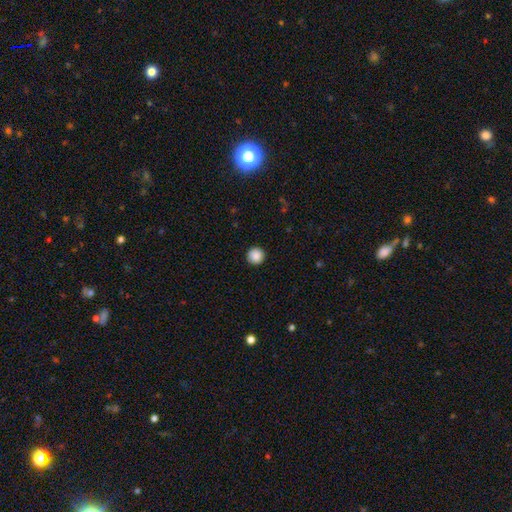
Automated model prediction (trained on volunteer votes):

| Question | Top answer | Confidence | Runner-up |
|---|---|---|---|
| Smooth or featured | smooth | 89% | star or artifact (9%) |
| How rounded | round | 96% | in between (3%) |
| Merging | none | 92% | minor disturbance (5%) |